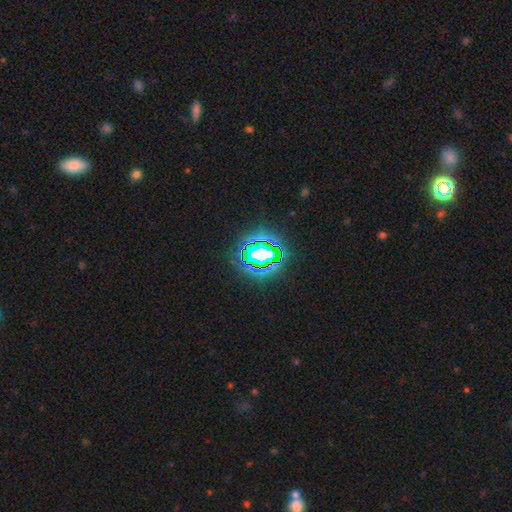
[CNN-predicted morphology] smooth_or_featured: star or artifact (p=0.81) [alt: smooth p=0.12]